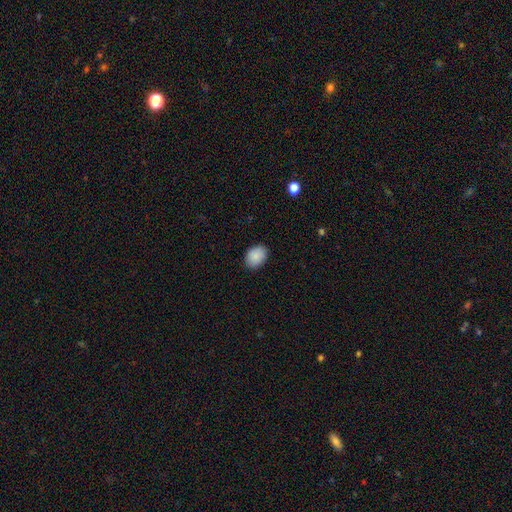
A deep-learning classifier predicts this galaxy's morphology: A smooth galaxy with no disk features (89%) that is in between round and cigar-shaped (75%). Merging: none (87%).